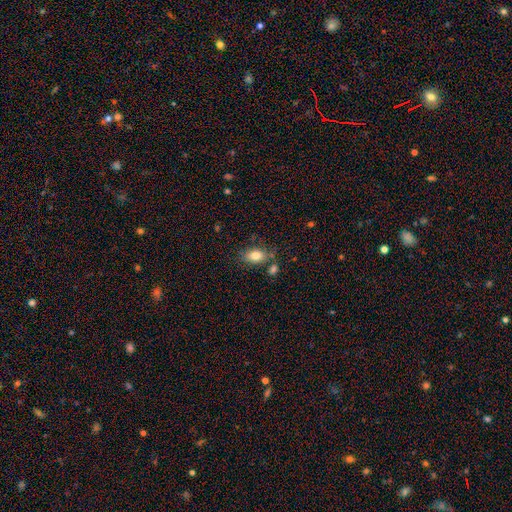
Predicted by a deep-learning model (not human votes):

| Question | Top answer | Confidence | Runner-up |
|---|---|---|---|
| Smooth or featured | smooth | 82% | featured or disk (10%) |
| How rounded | in between | 88% | round (9%) |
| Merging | none | 69% | minor disturbance (16%) |